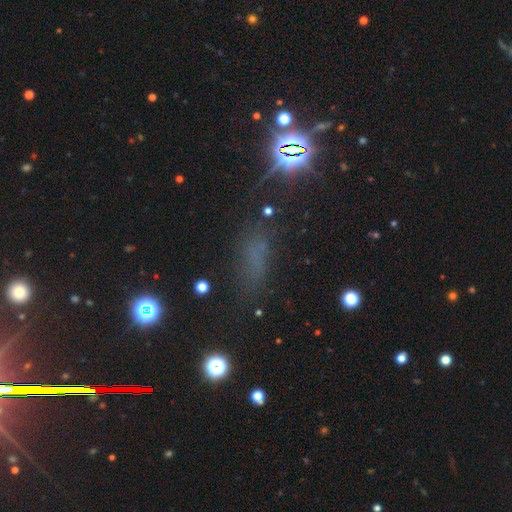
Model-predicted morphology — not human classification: Smooth or featured?
  - smooth: 47% *
  - star or artifact: 40%
  - featured or disk: 13%
Merging?
  - none: 72% *
  - minor disturbance: 16%
  - major disturbance: 8%
  - merger: 4%